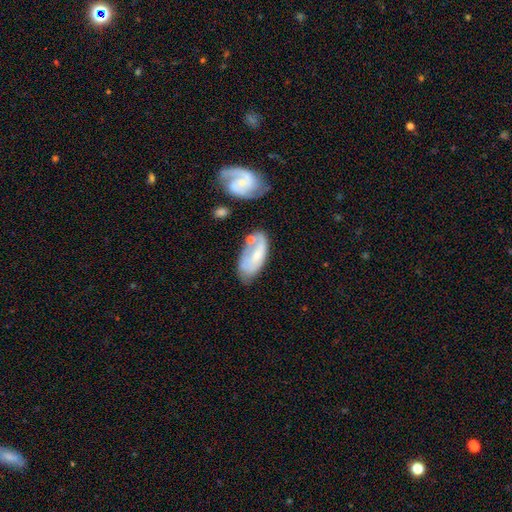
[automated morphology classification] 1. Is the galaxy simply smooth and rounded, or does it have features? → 50% featured or disk, 43% smooth, 7% star or artifact.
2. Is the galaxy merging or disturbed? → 40% none, 28% minor disturbance, 16% major disturbance, 16% merger.